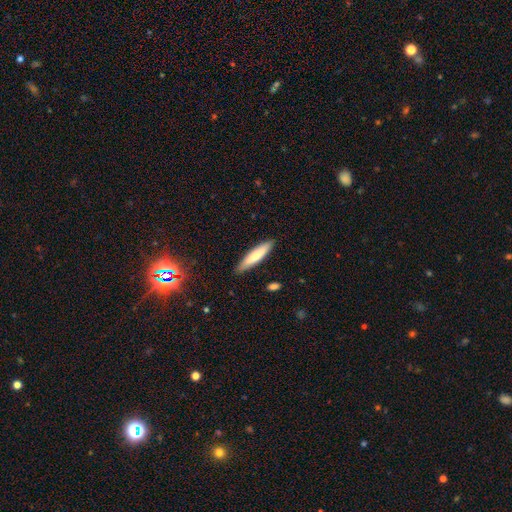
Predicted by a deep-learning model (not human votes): A smooth galaxy with no disk features (70%) that is cigar-shaped (82%). Merging: none (88%).